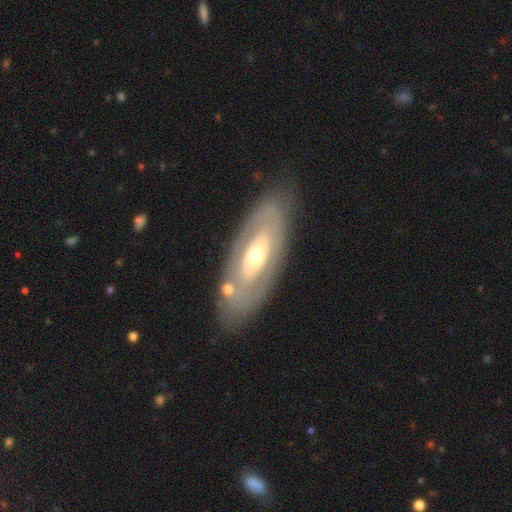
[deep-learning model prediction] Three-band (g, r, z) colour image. It shows a featured or disk galaxy (67%) with no bar (79%), no spiral arms (74%) and a moderate central bulge (59%). Merging: none (80%).